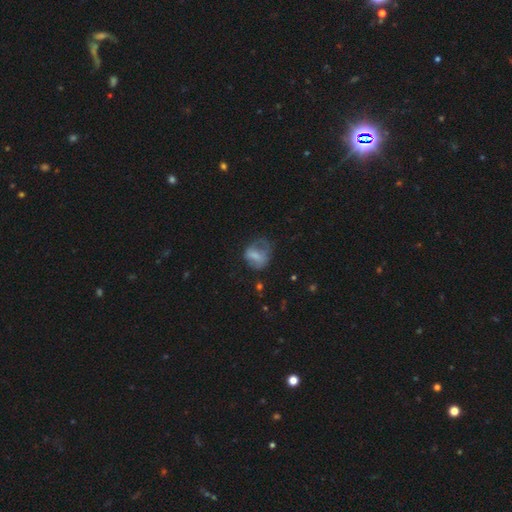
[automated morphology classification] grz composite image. It shows a smooth galaxy with no disk features (61%) that is in between round and cigar-shaped (50%). Merging: major disturbance (37%).